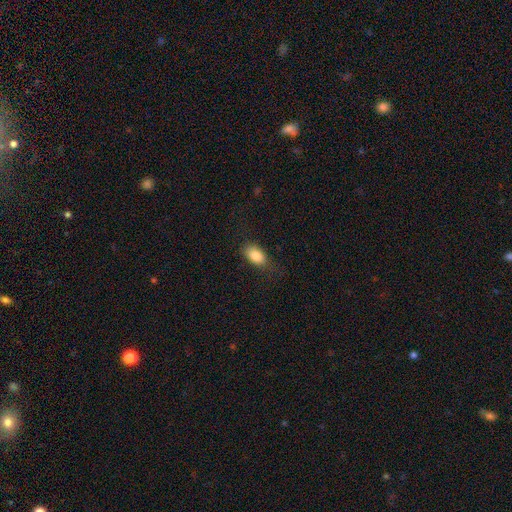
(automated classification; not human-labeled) Morphology: type=smooth (84%); roundness=in between (88%); merging=none (74%).